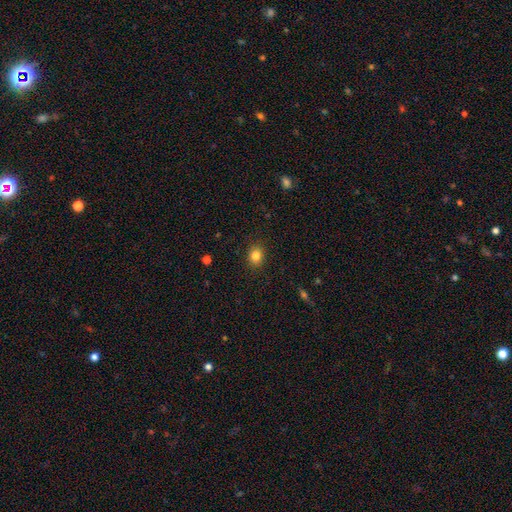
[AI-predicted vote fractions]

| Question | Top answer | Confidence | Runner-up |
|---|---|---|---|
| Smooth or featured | smooth | 84% | star or artifact (11%) |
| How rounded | round | 57% | in between (42%) |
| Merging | none | 89% | minor disturbance (8%) |